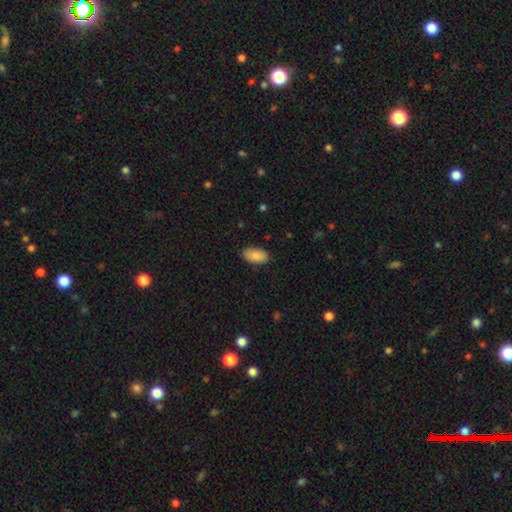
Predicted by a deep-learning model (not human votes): Smooth or featured? smooth (88%)
How rounded? in between (95%)
Merging? none (86%)